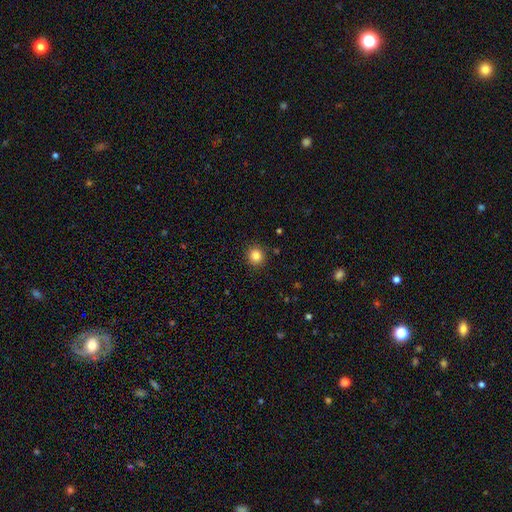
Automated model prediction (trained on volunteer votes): Smooth or featured?
  - smooth: 84% *
  - star or artifact: 11%
  - featured or disk: 5%
How rounded?
  - round: 91% *
  - in between: 8%
  - cigar-shaped: 1%
Merging?
  - none: 91% *
  - minor disturbance: 6%
  - major disturbance: 2%
  - merger: 1%